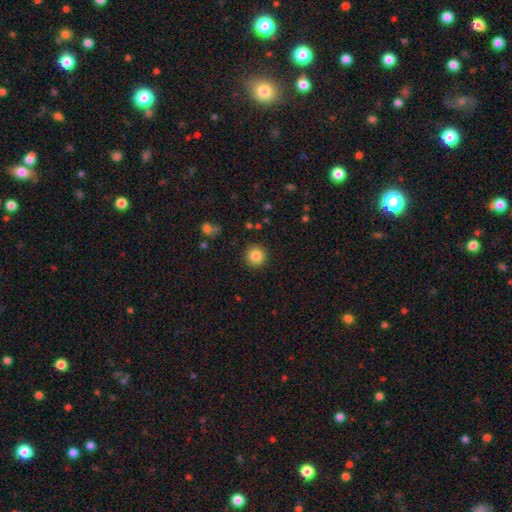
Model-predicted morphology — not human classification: Smooth or featured? Predicted: smooth (p=0.85). How rounded? Predicted: round (p=0.95). Merging? Predicted: none (p=0.91).